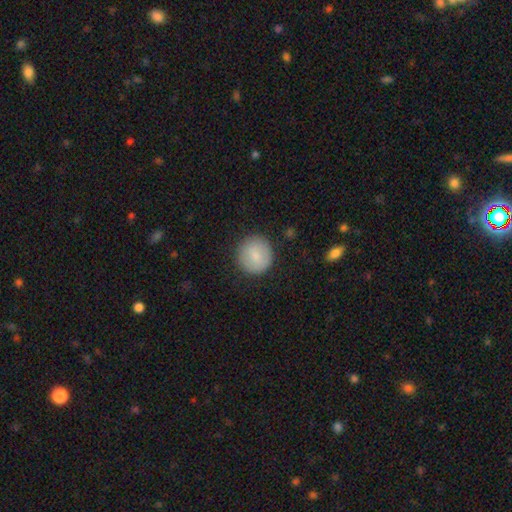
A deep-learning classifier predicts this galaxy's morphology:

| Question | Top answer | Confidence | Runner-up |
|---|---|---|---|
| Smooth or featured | smooth | 83% | featured or disk (10%) |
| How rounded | round | 93% | in between (6%) |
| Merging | none | 88% | minor disturbance (8%) |